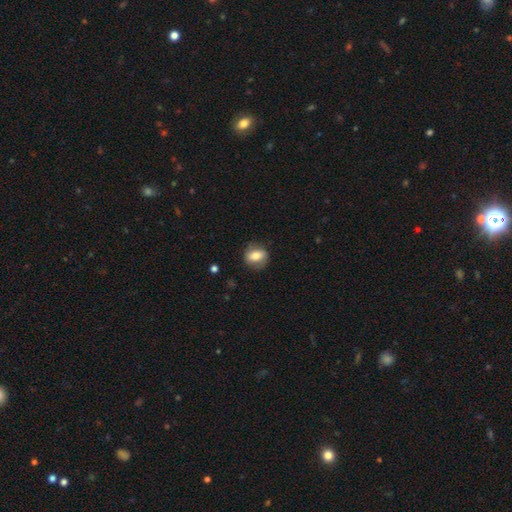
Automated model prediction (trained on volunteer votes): Smooth or featured?
  - smooth: 65% *
  - featured or disk: 28%
  - star or artifact: 8%
How rounded?
  - in between: 54% *
  - round: 44%
  - cigar-shaped: 2%
Merging?
  - none: 77% *
  - minor disturbance: 16%
  - major disturbance: 6%
  - merger: 1%